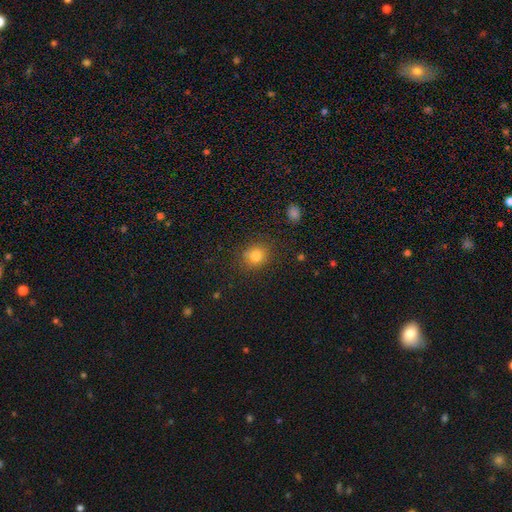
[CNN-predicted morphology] smooth 81%, star or artifact 13%, featured or disk 6%. Down the decision tree: how rounded — round (76%); merging — none (81%).